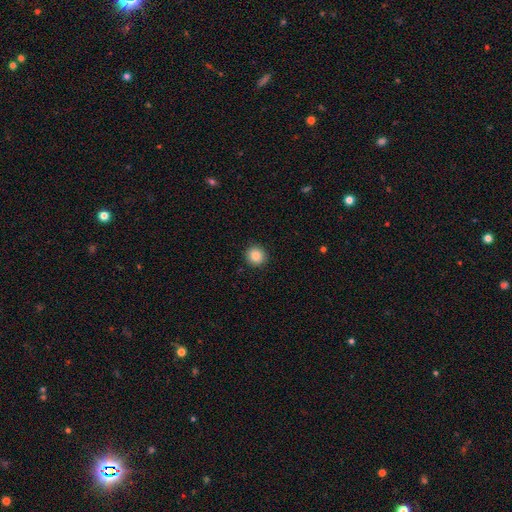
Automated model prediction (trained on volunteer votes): smooth-or-featured: smooth: 87% | star or artifact: 10% | featured or disk: 4%
  how-rounded: round: 93% | in between: 6% | cigar-shaped: 1%
  merging: none: 92% | minor disturbance: 5% | major disturbance: 2% | merger: 1%